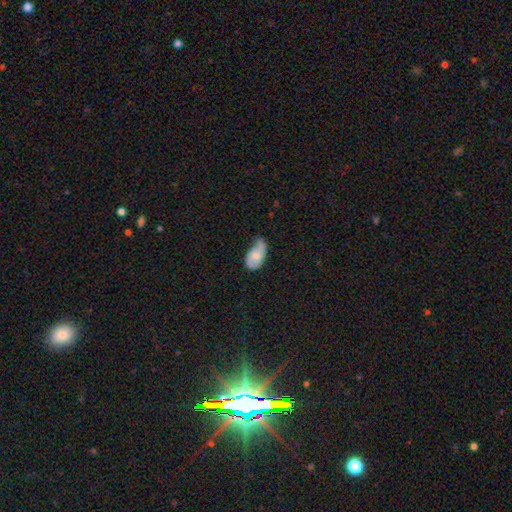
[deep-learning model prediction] smooth 61%, featured or disk 33%, star or artifact 6%. Down the decision tree: how rounded — in between (92%); merging — minor disturbance (47%).